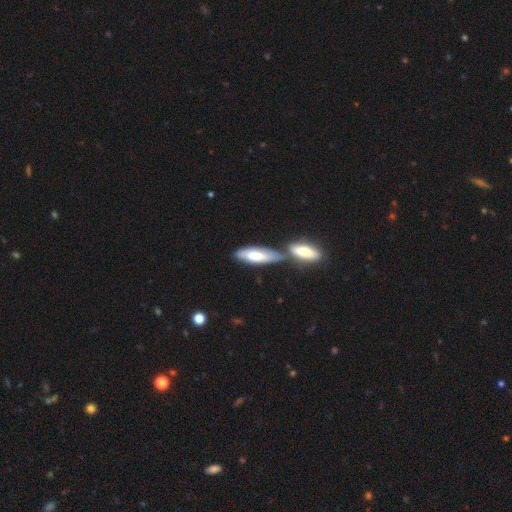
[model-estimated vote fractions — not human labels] Q: Smooth or featured?
A: smooth (65%); runner-up: featured or disk (29%)
Q: How rounded?
A: in between (52%); runner-up: cigar-shaped (47%)
Q: Merging?
A: merger (42%); runner-up: none (39%)